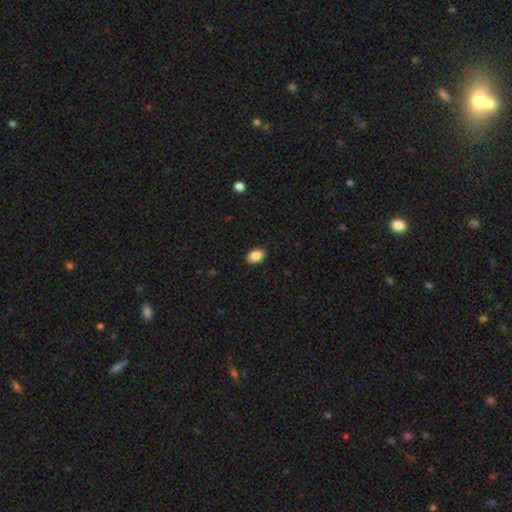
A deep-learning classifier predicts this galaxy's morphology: This is clearly a smooth galaxy (88%). How rounded: clearly in between (85%). Merging: clearly none (89%).